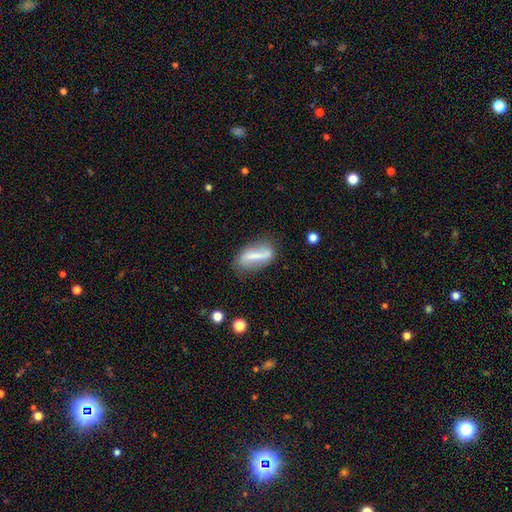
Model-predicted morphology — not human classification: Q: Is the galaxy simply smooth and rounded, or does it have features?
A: featured or disk — 50%.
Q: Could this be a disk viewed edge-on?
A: no — 83%.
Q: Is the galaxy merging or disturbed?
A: none — 66%.